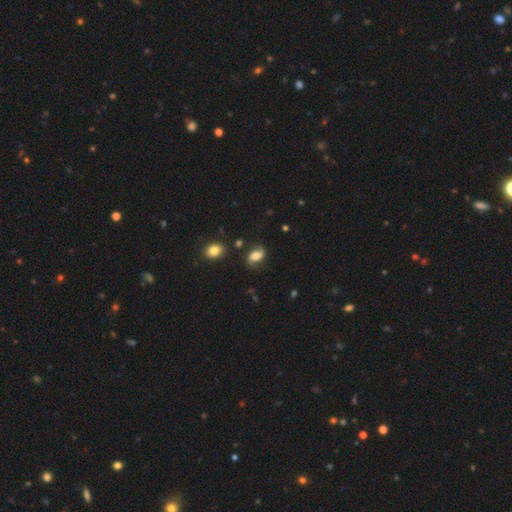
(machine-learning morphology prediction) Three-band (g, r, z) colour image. It shows a smooth galaxy with no disk features (60%) that is in between round and cigar-shaped (83%). Merging: none (70%).